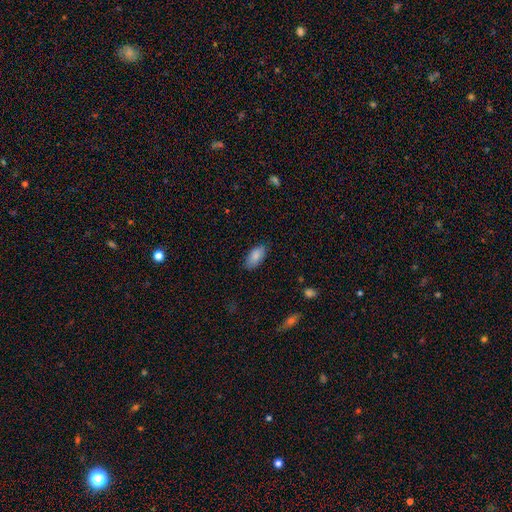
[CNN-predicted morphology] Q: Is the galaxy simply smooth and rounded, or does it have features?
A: smooth — 85%.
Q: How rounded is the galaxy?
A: in between — 92%.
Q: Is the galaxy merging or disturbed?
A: none — 83%.